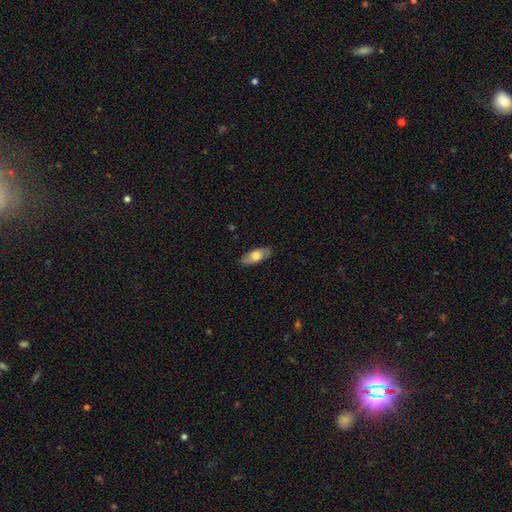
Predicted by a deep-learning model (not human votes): Smooth or featured?
  - smooth: 71% *
  - featured or disk: 23%
  - star or artifact: 6%
How rounded?
  - in between: 79% *
  - cigar-shaped: 18%
  - round: 3%
Merging?
  - none: 85% *
  - minor disturbance: 12%
  - major disturbance: 2%
  - merger: 1%